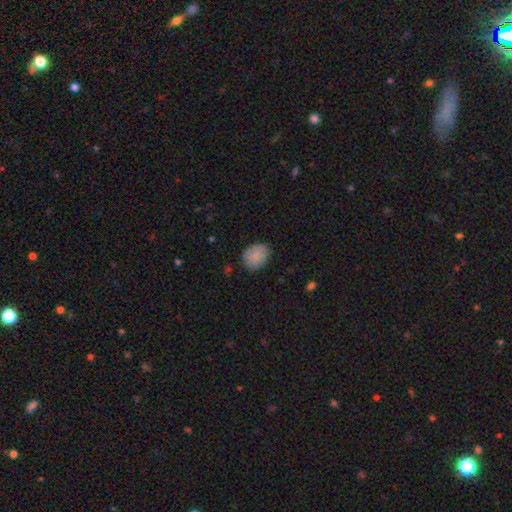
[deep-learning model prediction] A smooth galaxy with no disk features (83%) that is in between round and cigar-shaped (51%). Merging: none (78%).